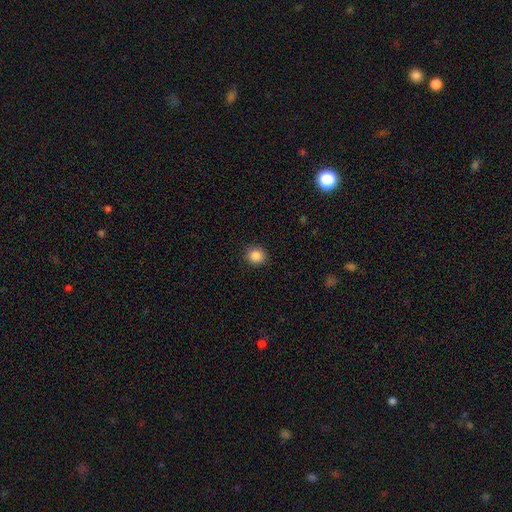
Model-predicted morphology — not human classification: A smooth galaxy with no disk features (87%) that is round (83%).

Vote fractions:
- Smooth or featured? smooth: 87% / star or artifact: 10% / featured or disk: 4%
- How rounded? round: 83% / in between: 16% / cigar-shaped: 1%
- Merging? none: 91% / minor disturbance: 6% / major disturbance: 2% / merger: 1%